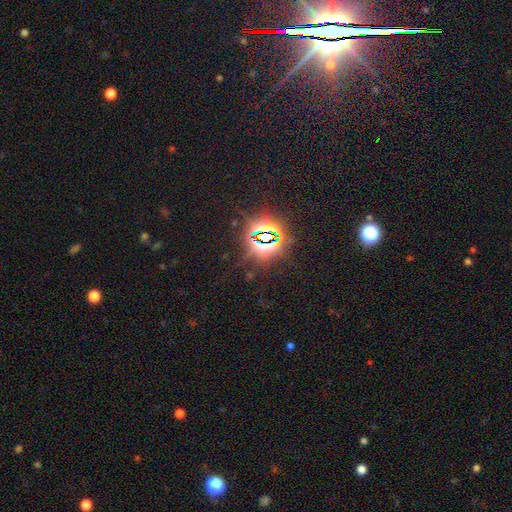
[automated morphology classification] smooth_or_featured: star or artifact (p=0.81) [alt: smooth p=0.12]